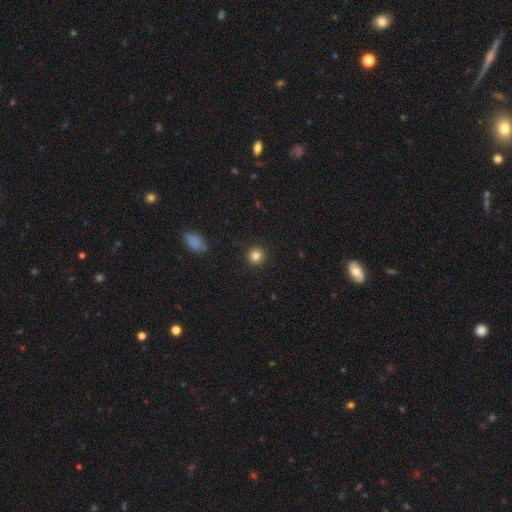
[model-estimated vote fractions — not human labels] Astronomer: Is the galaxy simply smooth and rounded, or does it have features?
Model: smooth — 84%.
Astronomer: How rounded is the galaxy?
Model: round — 94%.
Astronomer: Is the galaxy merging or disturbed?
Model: none — 91%.